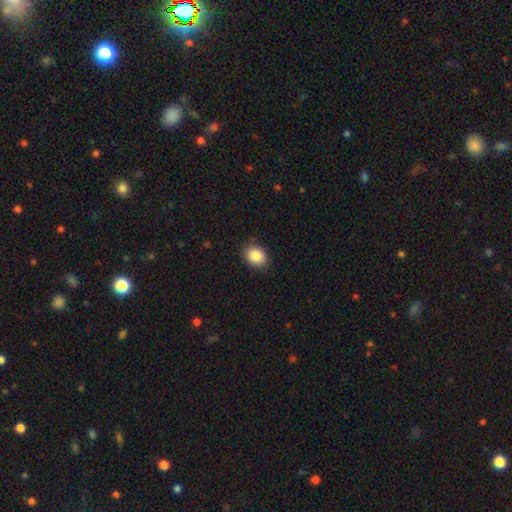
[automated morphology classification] A smooth galaxy with no disk features (88%) that is in between round and cigar-shaped (62%).

Vote fractions:
- Smooth or featured? smooth: 88% / star or artifact: 8% / featured or disk: 4%
- How rounded? in between: 62% / round: 37% / cigar-shaped: 1%
- Merging? none: 86% / minor disturbance: 11% / major disturbance: 2% / merger: 1%